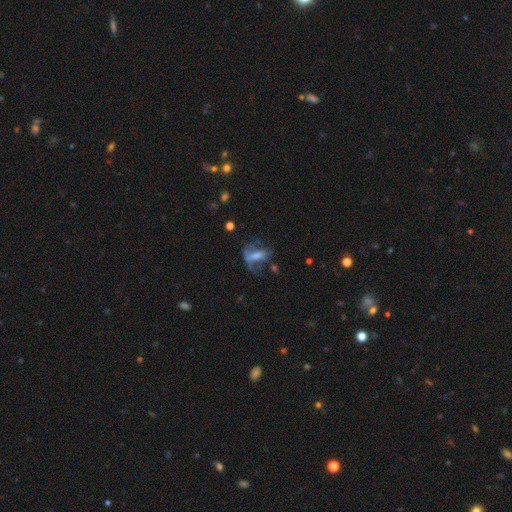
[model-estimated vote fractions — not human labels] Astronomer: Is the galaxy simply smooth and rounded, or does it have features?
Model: featured or disk — 48% (runner-up: smooth, 37%).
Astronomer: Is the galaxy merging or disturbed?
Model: major disturbance — 44% (runner-up: none, 29%).